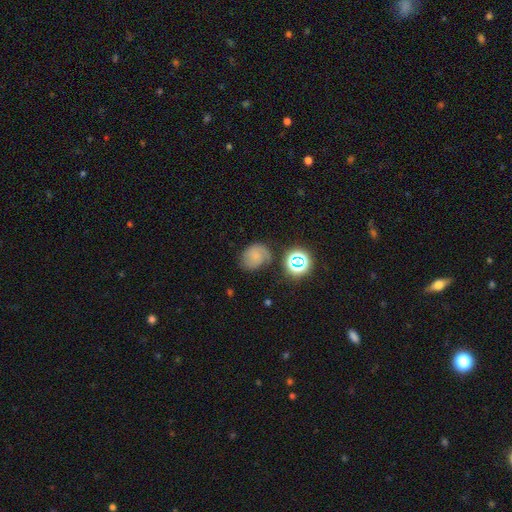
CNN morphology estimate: Overall: smooth (49%; featured or disk 34%). Merging: none (61%; minor disturbance 25%).